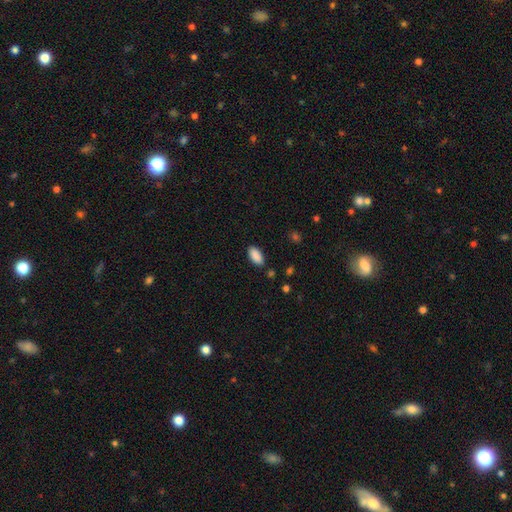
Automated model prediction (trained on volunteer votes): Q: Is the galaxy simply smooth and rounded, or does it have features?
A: smooth — 90%.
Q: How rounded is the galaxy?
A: in between — 93%.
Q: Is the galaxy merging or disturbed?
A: none — 85%.